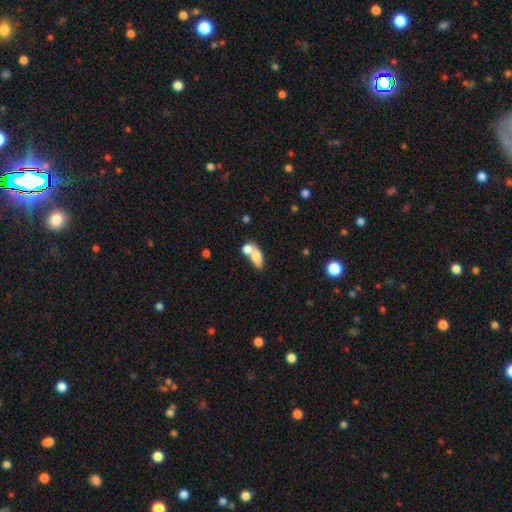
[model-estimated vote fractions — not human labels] Smooth or featured? Predicted: smooth (p=0.73). How rounded? Predicted: in between (p=0.77). Merging? Predicted: merger (p=0.59).